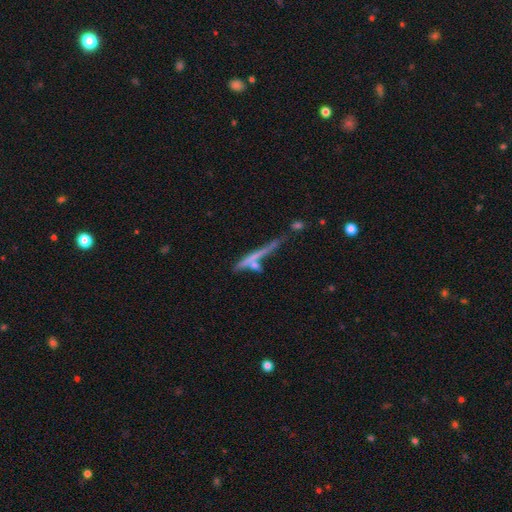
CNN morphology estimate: type=featured or disk (49%); merging=none (51%).